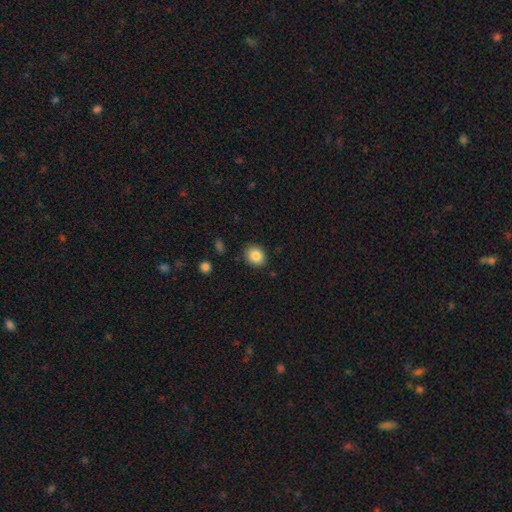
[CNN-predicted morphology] Smooth or featured? Predicted: smooth (p=0.85). How rounded? Predicted: round (p=0.64). Merging? Predicted: none (p=0.87).